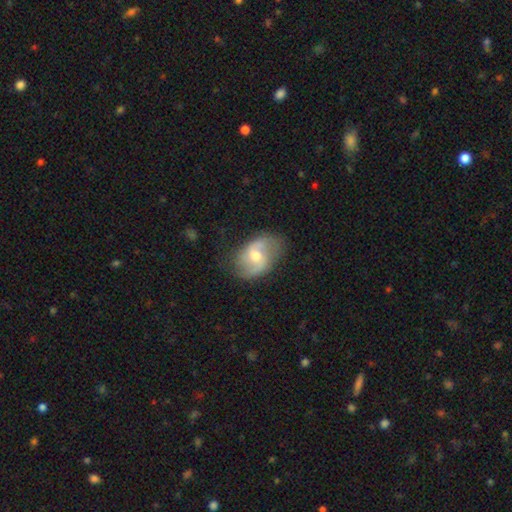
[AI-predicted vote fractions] The model was most divided on "spiral winding" (2-way tie): loose: 43%, medium: 43%, tight: 14%. Remaining: edge-on disk — no (97%); spiral arms — yes (91%); spiral arm count — 2 (87%); smooth or featured — featured or disk (72%); merging — none (71%); bulge size — moderate (67%); bar — weak (49%).